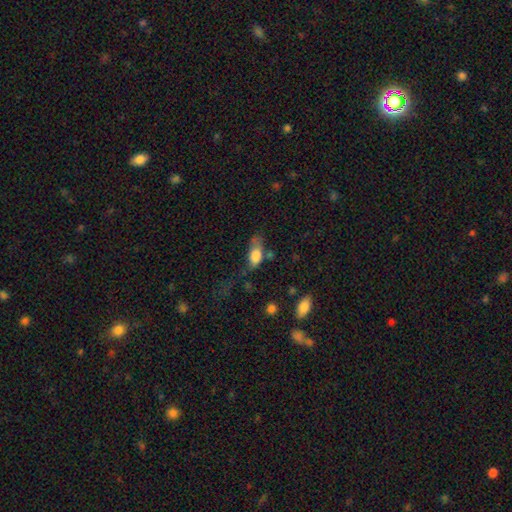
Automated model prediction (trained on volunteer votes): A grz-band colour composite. It shows a smooth galaxy with no disk features (77%) that is in between round and cigar-shaped (85%). Merging: major disturbance (34%).